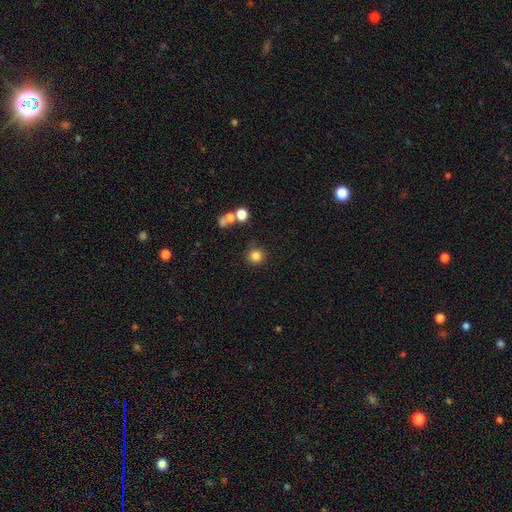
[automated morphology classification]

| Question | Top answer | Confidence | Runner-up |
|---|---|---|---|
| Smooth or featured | smooth | 82% | star or artifact (13%) |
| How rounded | round | 94% | in between (5%) |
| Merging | none | 84% | minor disturbance (8%) |